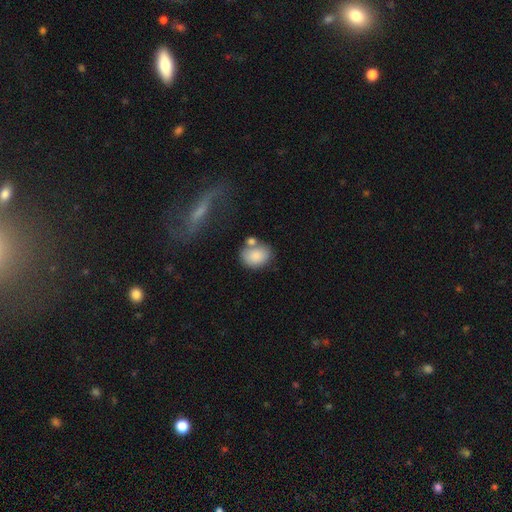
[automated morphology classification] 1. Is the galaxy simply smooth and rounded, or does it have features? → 84% smooth, 8% featured or disk, 8% star or artifact.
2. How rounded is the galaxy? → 60% in between, 39% round, 1% cigar-shaped.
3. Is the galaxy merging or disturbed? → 51% none, 27% merger, 16% minor disturbance, 6% major disturbance.